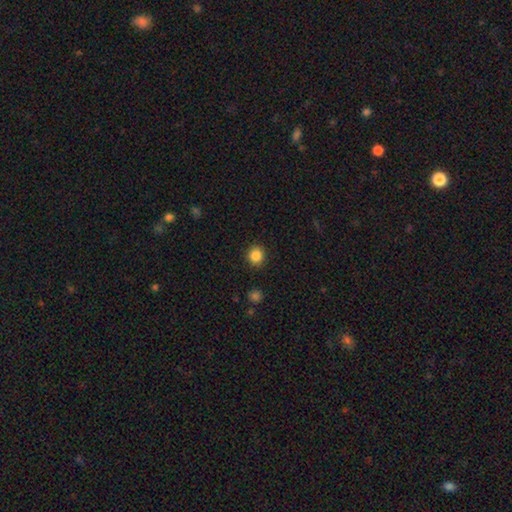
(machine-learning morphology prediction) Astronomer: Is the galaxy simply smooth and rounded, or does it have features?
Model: smooth — 85%.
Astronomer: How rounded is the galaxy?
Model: round — 90%.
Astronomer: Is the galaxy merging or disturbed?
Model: none — 91%.